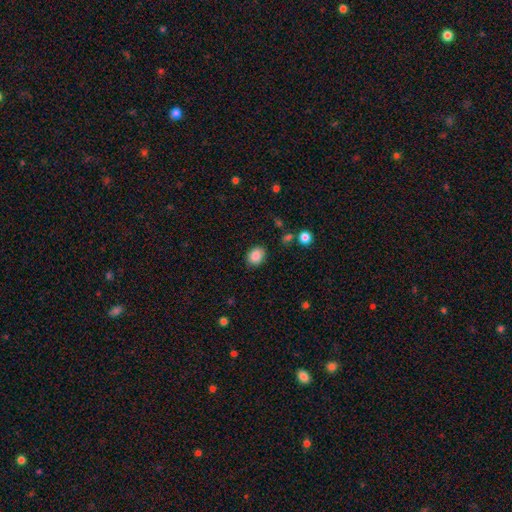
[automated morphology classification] smooth-or-featured: smooth: 87% | star or artifact: 9% | featured or disk: 4%
  how-rounded: in between: 54% | round: 45% | cigar-shaped: 1%
  merging: none: 84% | minor disturbance: 11% | major disturbance: 3% | merger: 2%